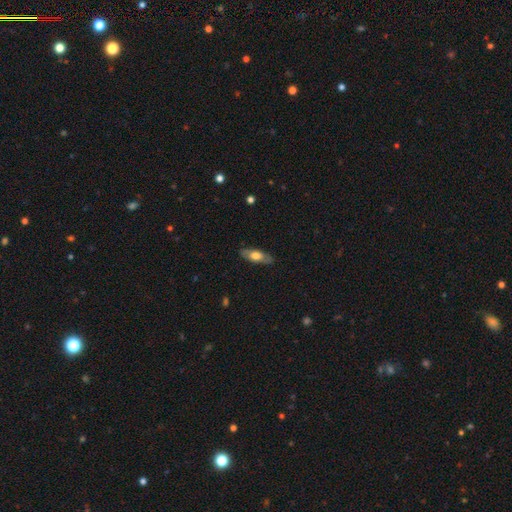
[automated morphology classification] A smooth galaxy with no disk features (56%) that is in between round and cigar-shaped (66%).

Vote fractions:
- Smooth or featured? smooth: 56% / featured or disk: 38% / star or artifact: 6%
- How rounded? in between: 66% / cigar-shaped: 31% / round: 3%
- Merging? none: 84% / minor disturbance: 13% / major disturbance: 3% / merger: 1%